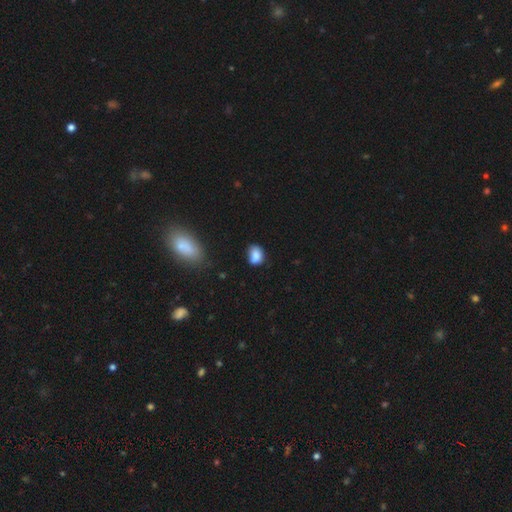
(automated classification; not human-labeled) smooth_or_featured: smooth (p=0.83) [alt: star or artifact p=0.10]
how_rounded: in between (p=0.63) [alt: round p=0.36]
merging: none (p=0.58) [alt: minor disturbance p=0.30]